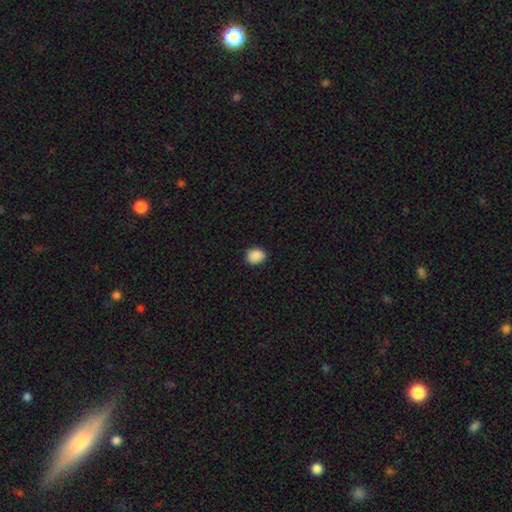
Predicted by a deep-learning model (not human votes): A smooth galaxy with no disk features (89%) that is in between round and cigar-shaped (51%). Merging: none (86%).